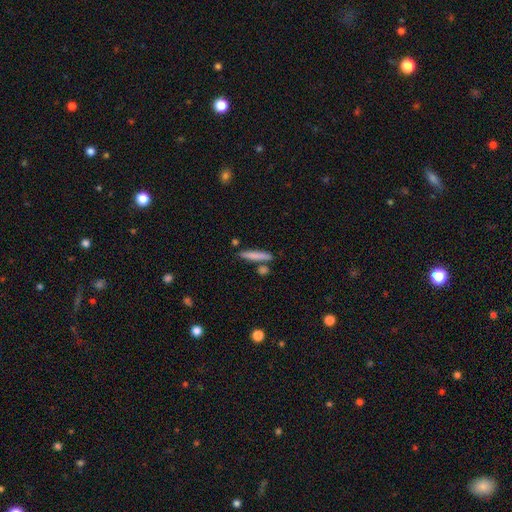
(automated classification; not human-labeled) A smooth galaxy with no disk features (78%) that is cigar-shaped (91%). Merging: none (78%).